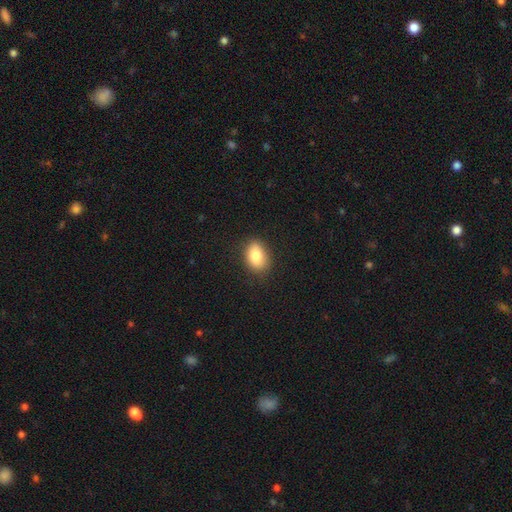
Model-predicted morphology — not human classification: Smooth or featured? smooth (85%)
How rounded? in between (83%)
Merging? none (83%)